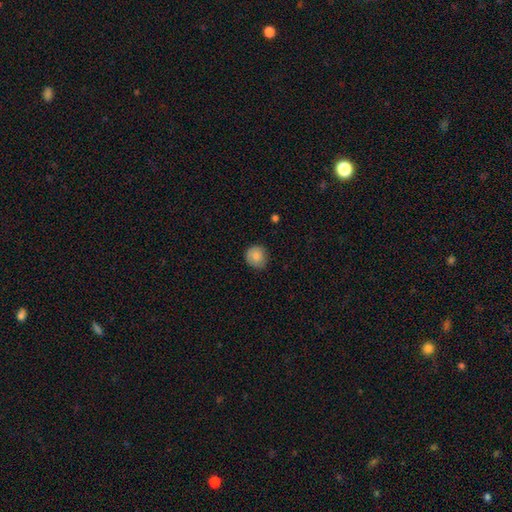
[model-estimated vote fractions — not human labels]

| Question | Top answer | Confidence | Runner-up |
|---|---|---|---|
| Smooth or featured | smooth | 83% | featured or disk (8%) |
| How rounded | round | 89% | in between (10%) |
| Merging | none | 80% | minor disturbance (16%) |